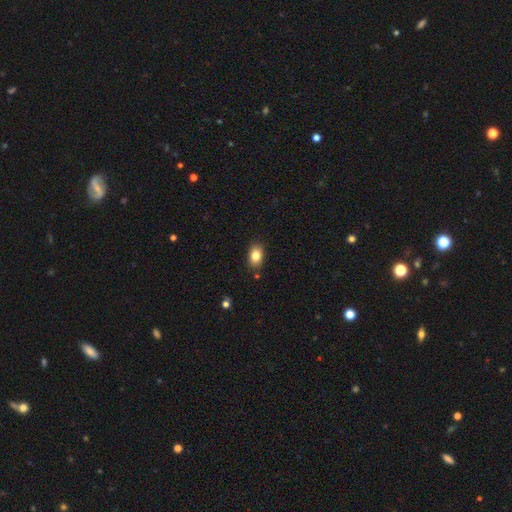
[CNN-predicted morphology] Smooth or featured? Predicted: smooth (p=0.83). How rounded? Predicted: in between (p=0.80). Merging? Predicted: none (p=0.86).